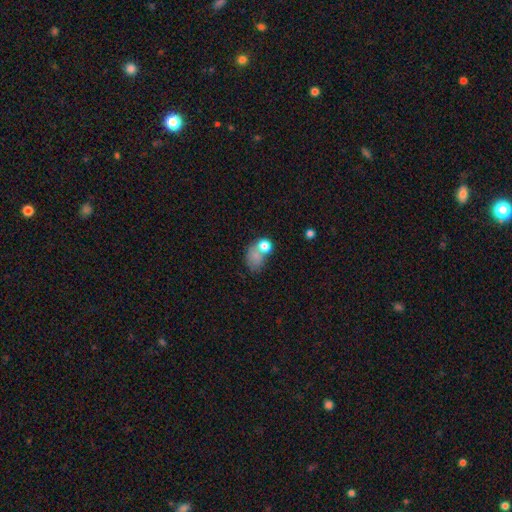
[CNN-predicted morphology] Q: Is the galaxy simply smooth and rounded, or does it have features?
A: smooth — 70%.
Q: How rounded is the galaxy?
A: in between — 59%.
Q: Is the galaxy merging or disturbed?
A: none — 37%.